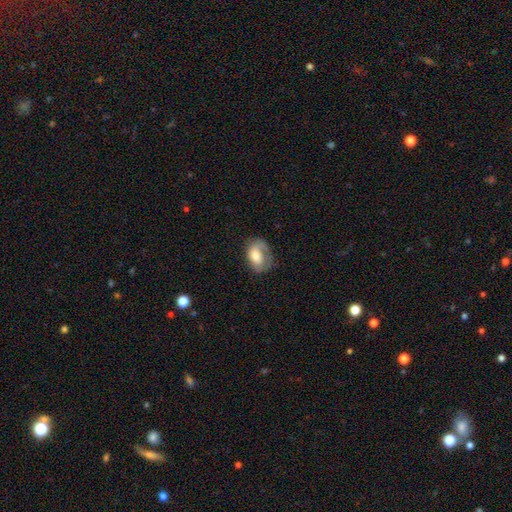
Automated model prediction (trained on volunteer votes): This is possibly a smooth galaxy (53%). How rounded: likely in between (77%). Merging: possibly none (47%).